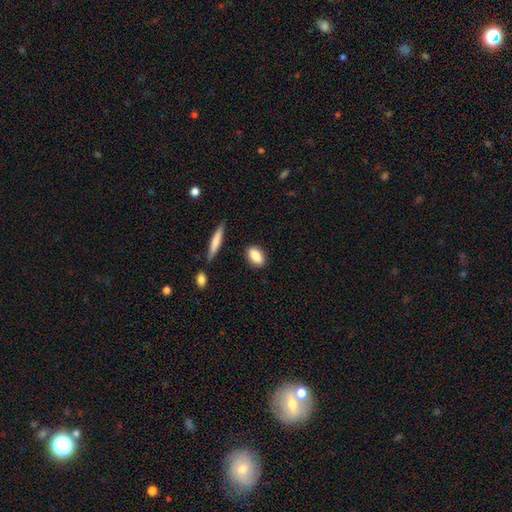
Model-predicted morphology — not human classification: This is clearly a smooth galaxy (85%). How rounded: clearly in between (84%). Merging: clearly none (86%).